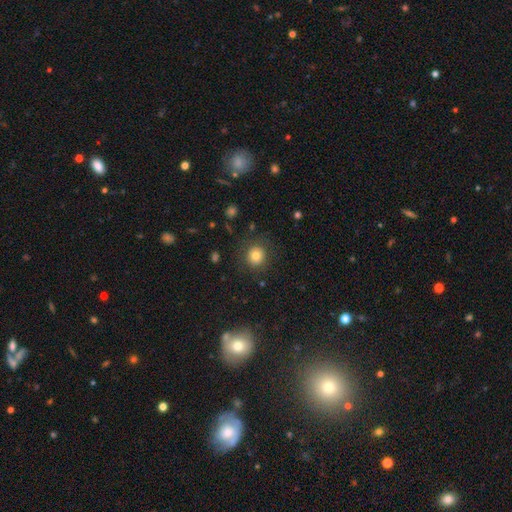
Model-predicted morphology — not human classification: smooth_or_featured: smooth (p=0.79) [alt: star or artifact p=0.12]
how_rounded: round (p=0.89) [alt: in between p=0.10]
merging: none (p=0.84) [alt: minor disturbance p=0.10]